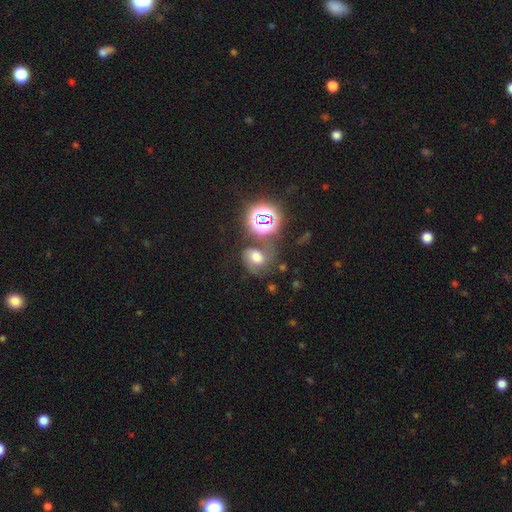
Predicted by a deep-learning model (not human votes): smooth-or-featured: smooth: 44% | featured or disk: 30% | star or artifact: 26%
  merging: none: 46% | minor disturbance: 21% | major disturbance: 18% | merger: 16%